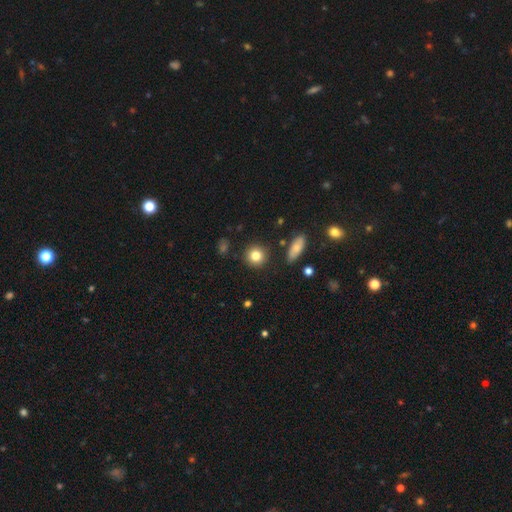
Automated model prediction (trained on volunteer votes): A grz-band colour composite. It shows a smooth galaxy with no disk features (83%) that is round (90%). Merging: none (89%).